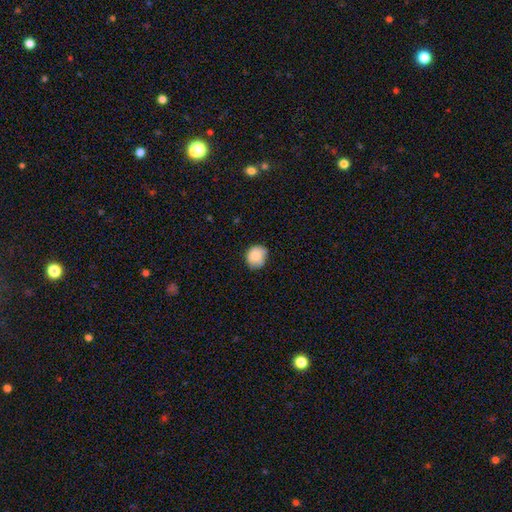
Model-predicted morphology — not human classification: Smooth or featured? Predicted: smooth (p=0.84). How rounded? Predicted: round (p=0.71). Merging? Predicted: none (p=0.74).